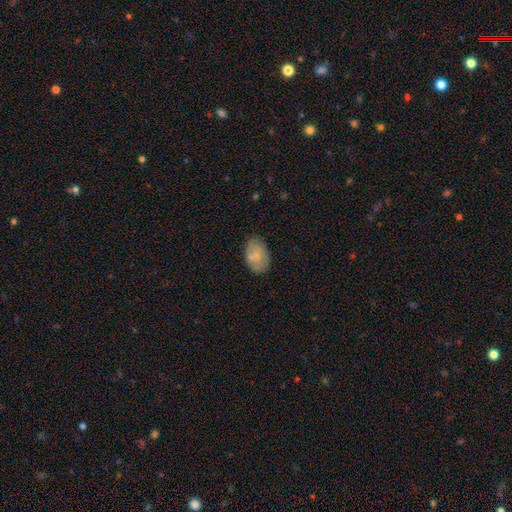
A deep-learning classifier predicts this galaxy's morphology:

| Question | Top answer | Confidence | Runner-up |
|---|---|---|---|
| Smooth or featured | smooth | 76% | featured or disk (17%) |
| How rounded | in between | 89% | round (10%) |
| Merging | none | 71% | minor disturbance (20%) |